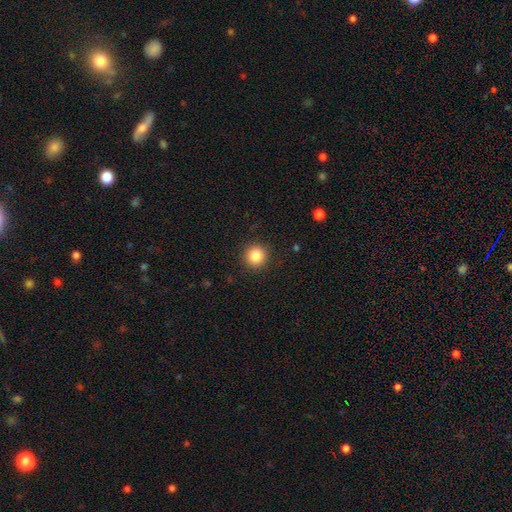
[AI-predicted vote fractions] smooth_or_featured: smooth (p=0.86) [alt: star or artifact p=0.10]
how_rounded: round (p=0.94) [alt: in between p=0.05]
merging: none (p=0.90) [alt: minor disturbance p=0.06]